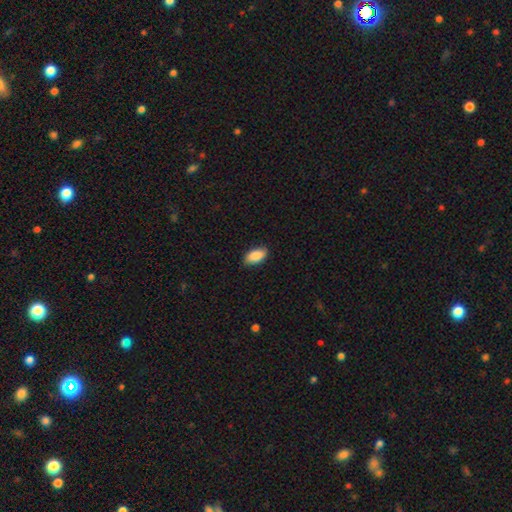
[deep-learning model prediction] Smooth or featured? smooth (87%)
How rounded? in between (92%)
Merging? none (85%)